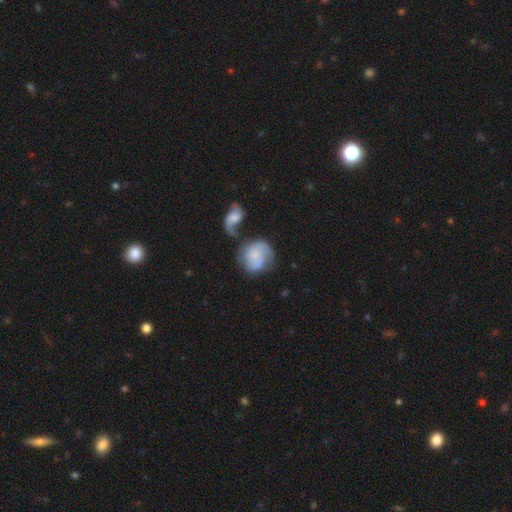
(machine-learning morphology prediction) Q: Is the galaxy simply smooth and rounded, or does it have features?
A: featured or disk — 50%.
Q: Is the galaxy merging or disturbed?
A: merger — 35%.